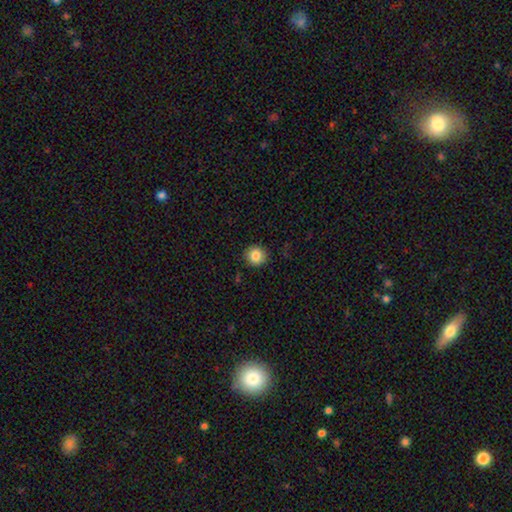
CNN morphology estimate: type=smooth (84%); roundness=round (92%); merging=none (90%).